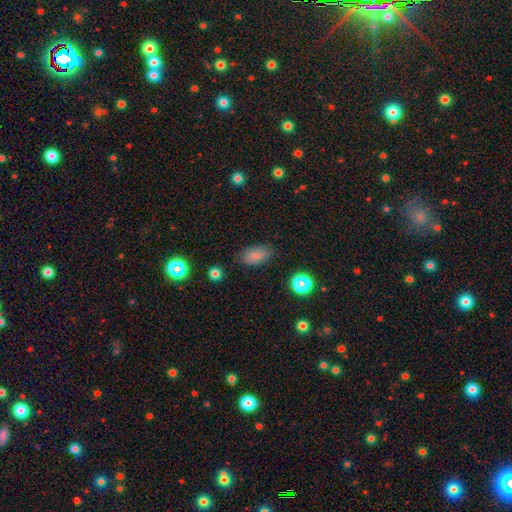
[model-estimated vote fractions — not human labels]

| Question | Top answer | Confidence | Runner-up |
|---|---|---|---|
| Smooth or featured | smooth | 80% | star or artifact (11%) |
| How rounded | in between | 91% | round (6%) |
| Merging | none | 81% | minor disturbance (14%) |